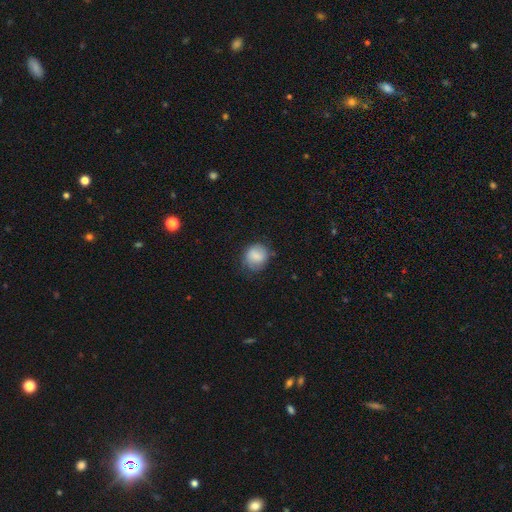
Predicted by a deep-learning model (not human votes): Smooth or featured? Predicted: smooth (p=0.82). How rounded? Predicted: round (p=0.74). Merging? Predicted: none (p=0.68).